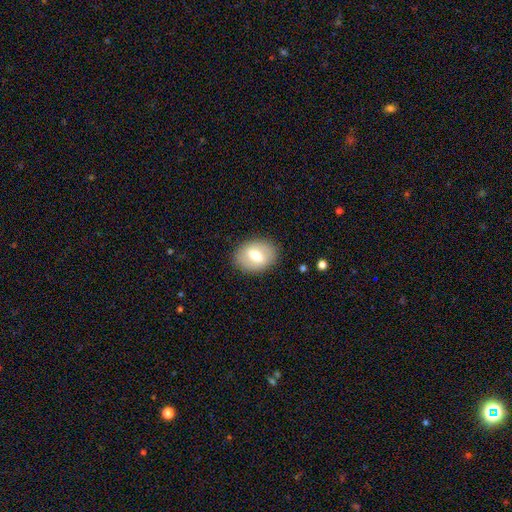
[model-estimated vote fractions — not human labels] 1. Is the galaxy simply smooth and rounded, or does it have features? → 60% smooth, 33% featured or disk, 8% star or artifact.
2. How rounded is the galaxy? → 68% in between, 31% round, 1% cigar-shaped.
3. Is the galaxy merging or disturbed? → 85% none, 10% minor disturbance, 3% major disturbance, 1% merger.